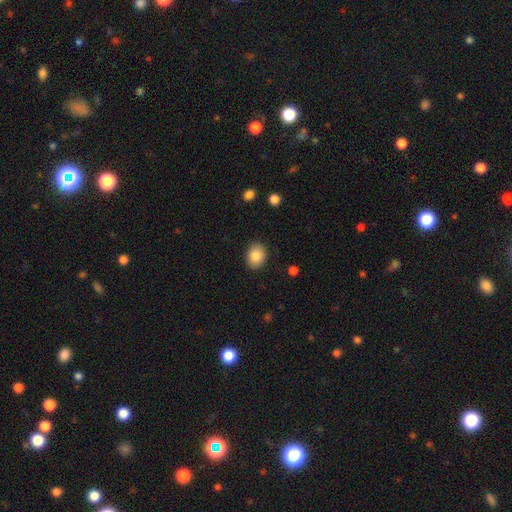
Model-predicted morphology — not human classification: smooth_or_featured: smooth (p=0.85) [alt: star or artifact p=0.08]
how_rounded: in between (p=0.54) [alt: round p=0.45]
merging: none (p=0.88) [alt: minor disturbance p=0.09]